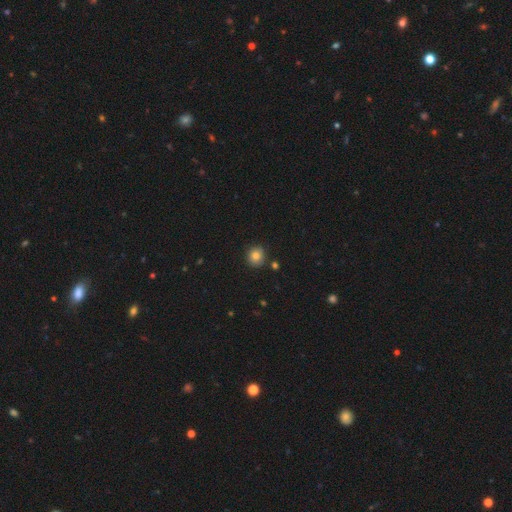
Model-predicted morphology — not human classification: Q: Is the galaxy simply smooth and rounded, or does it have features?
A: smooth — 80%.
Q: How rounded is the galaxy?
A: round — 87%.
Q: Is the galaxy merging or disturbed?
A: none — 86%.